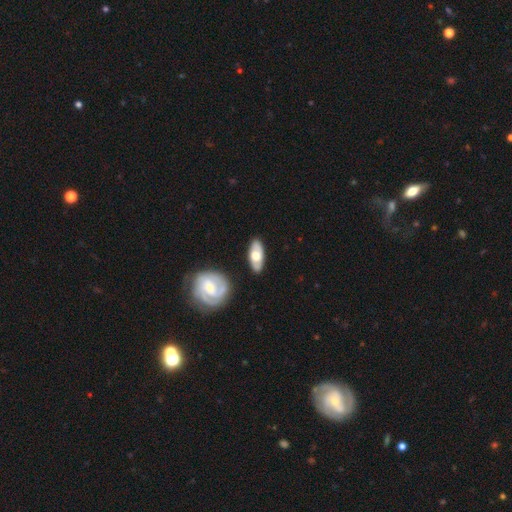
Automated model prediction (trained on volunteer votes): smooth-or-featured: featured or disk: 49% | smooth: 46% | star or artifact: 5%
  merging: none: 84% | minor disturbance: 10% | merger: 3% | major disturbance: 2%